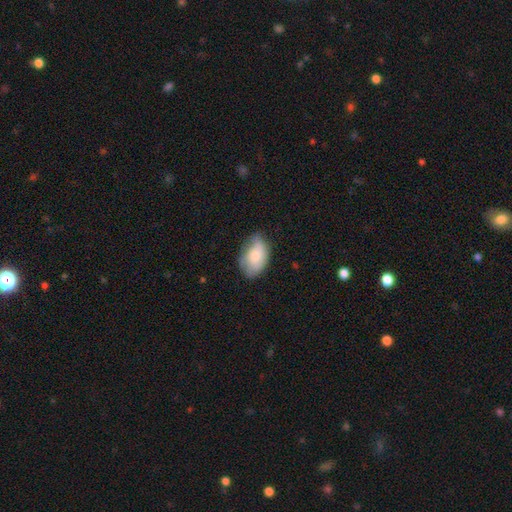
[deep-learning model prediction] The model was most divided on "merging": none: 55%, minor disturbance: 34%, major disturbance: 9%, merger: 2%. More confident: how rounded — in between (89%); smooth or featured — smooth (71%).